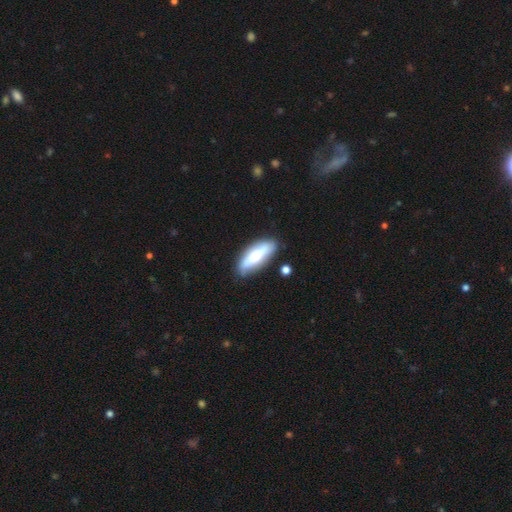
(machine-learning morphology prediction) Smooth or featured: smooth — 62% (featured or disk — 32%)
How rounded: in between — 58% (cigar-shaped — 40%)
Merging: none — 79% (minor disturbance — 14%)